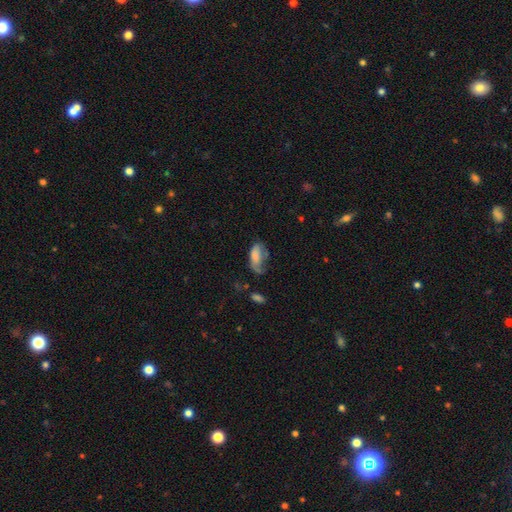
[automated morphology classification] Smooth or featured? smooth (71%)
How rounded? in between (88%)
Merging? major disturbance (33%)